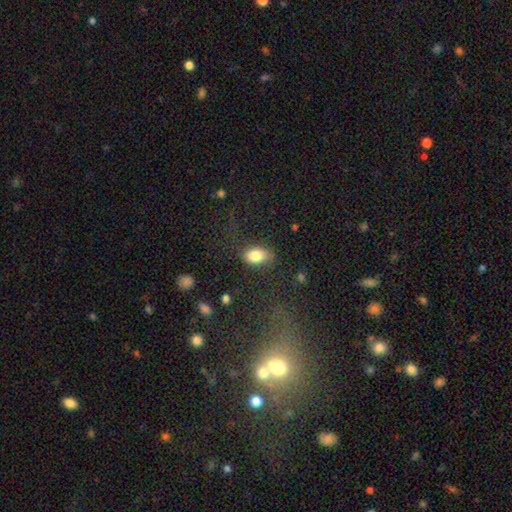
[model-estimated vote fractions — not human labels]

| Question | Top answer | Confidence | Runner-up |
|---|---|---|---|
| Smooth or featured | smooth | 82% | featured or disk (10%) |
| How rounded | in between | 85% | round (13%) |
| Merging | none | 75% | minor disturbance (16%) |